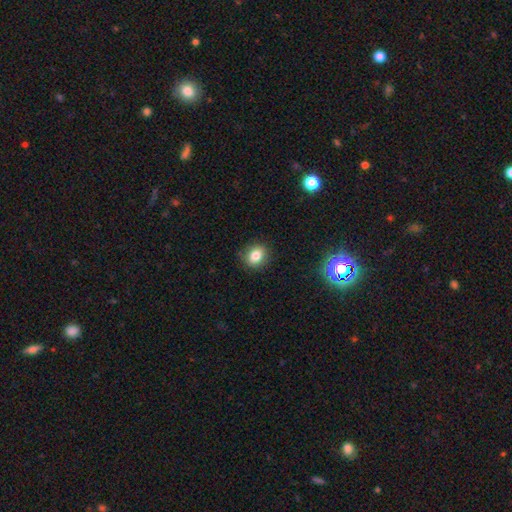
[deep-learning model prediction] Smooth or featured?
  - smooth: 82% *
  - star or artifact: 11%
  - featured or disk: 7%
How rounded?
  - round: 62% *
  - in between: 37%
  - cigar-shaped: 1%
Merging?
  - none: 87% *
  - minor disturbance: 9%
  - major disturbance: 2%
  - merger: 1%